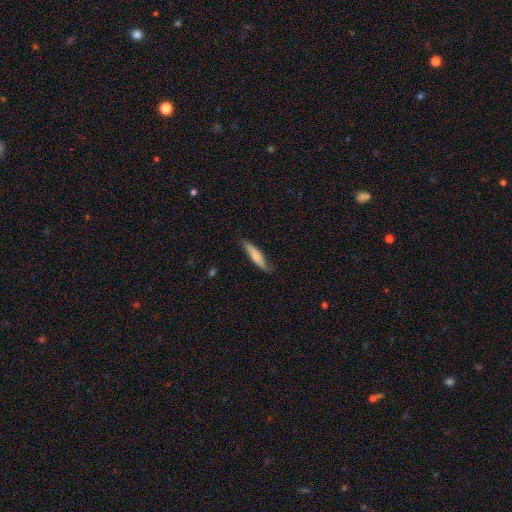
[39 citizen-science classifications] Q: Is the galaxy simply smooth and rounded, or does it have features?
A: smooth — 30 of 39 (77%).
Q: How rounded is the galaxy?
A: cigar-shaped — 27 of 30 (90%).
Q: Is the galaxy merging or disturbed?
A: none — 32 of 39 (82%).